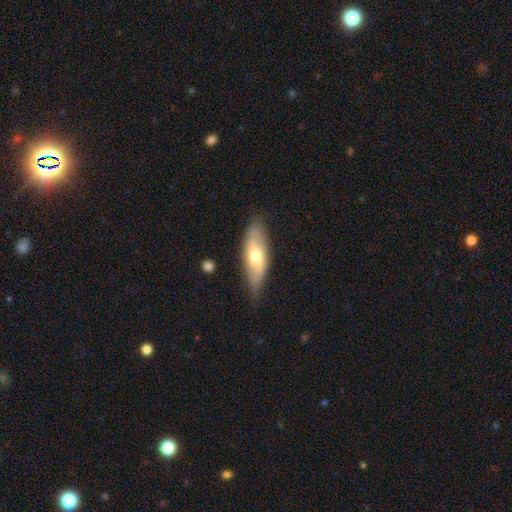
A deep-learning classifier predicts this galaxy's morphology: Smooth or featured? smooth (55%)
How rounded? in between (63%)
Merging? none (74%)